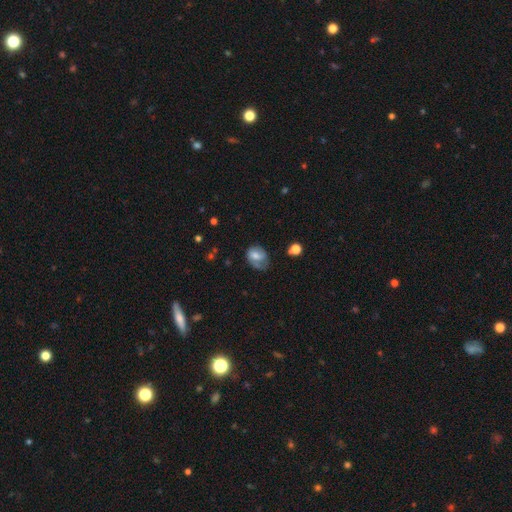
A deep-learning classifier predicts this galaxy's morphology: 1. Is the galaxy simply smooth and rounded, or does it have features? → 53% smooth, 38% featured or disk, 9% star or artifact.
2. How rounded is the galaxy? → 64% in between, 35% round, 1% cigar-shaped.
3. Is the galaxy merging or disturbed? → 43% none, 32% minor disturbance, 22% major disturbance, 3% merger.